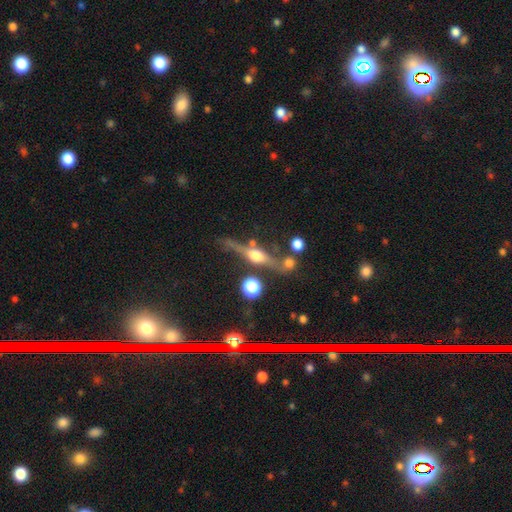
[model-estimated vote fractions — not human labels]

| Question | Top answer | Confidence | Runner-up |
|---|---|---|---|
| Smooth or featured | featured or disk | 79% | smooth (13%) |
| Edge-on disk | yes | 93% | no (7%) |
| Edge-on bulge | rounded | 94% | boxy (4%) |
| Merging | none | 69% | minor disturbance (15%) |